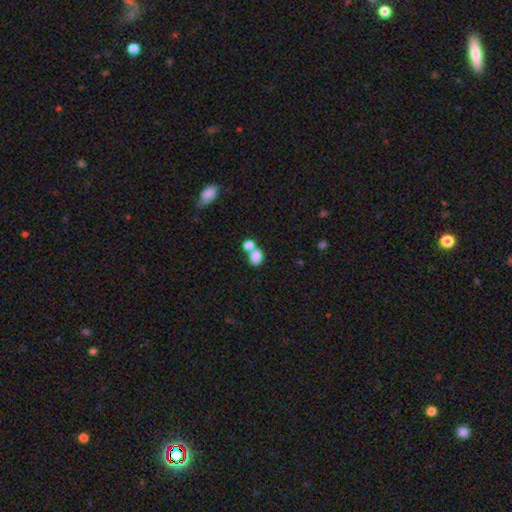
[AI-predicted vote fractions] smooth_or_featured: smooth (p=0.82) [alt: star or artifact p=0.10]
how_rounded: in between (p=0.63) [alt: round p=0.36]
merging: merger (p=0.49) [alt: none p=0.37]